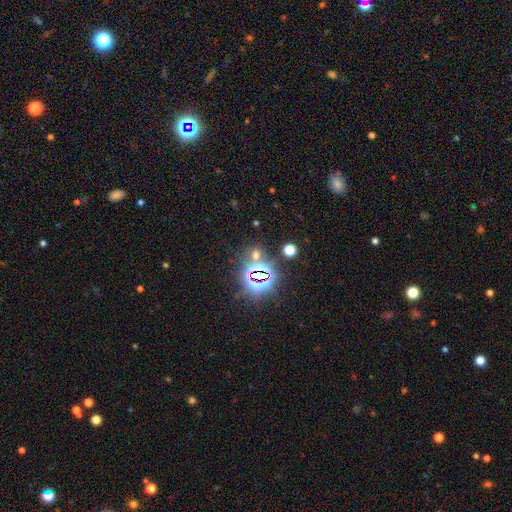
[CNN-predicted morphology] Q: Smooth or featured?
A: star or artifact (59%); runner-up: smooth (32%)